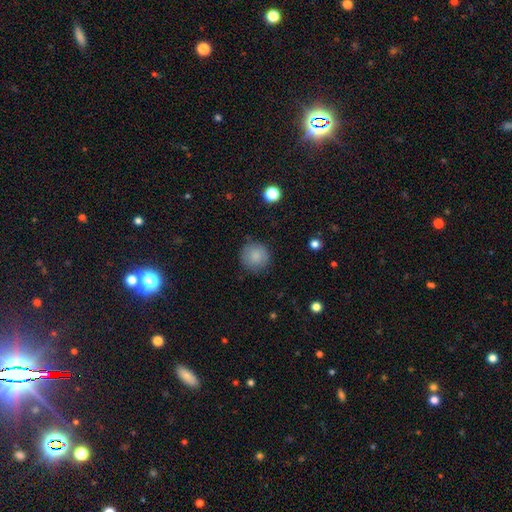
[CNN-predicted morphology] Smooth or featured? Predicted: smooth (p=0.84). How rounded? Predicted: round (p=0.93). Merging? Predicted: none (p=0.84).